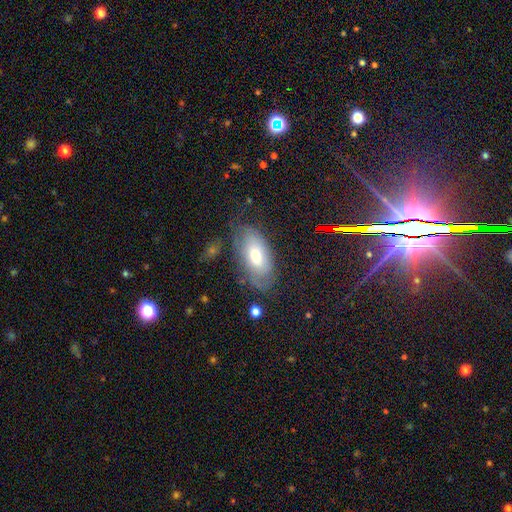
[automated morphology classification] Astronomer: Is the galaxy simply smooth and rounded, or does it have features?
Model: smooth — 52% (runner-up: featured or disk, 39%).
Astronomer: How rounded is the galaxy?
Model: in between — 91%.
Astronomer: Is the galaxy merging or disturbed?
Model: none — 62%.